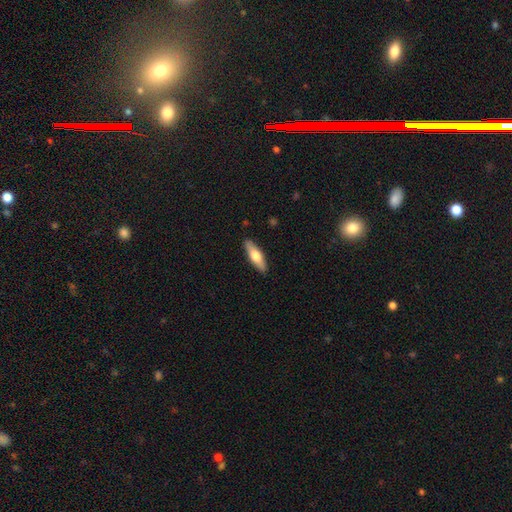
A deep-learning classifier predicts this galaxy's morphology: smooth-or-featured: smooth: 59% | featured or disk: 36% | star or artifact: 5%
  how-rounded: cigar-shaped: 52% | in between: 46% | round: 2%
  merging: none: 89% | minor disturbance: 8% | major disturbance: 2% | merger: 1%